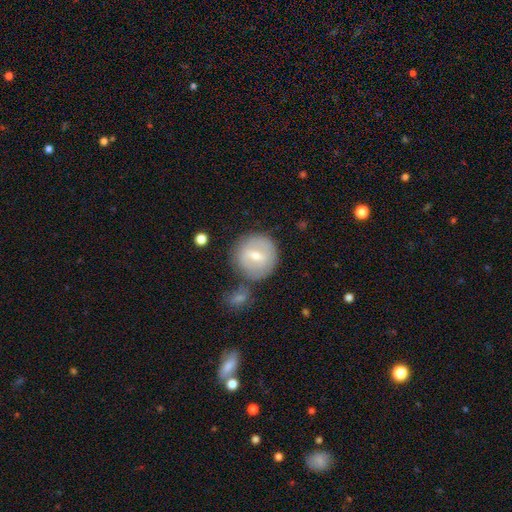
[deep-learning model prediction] Smooth or featured?
  - smooth: 55% *
  - featured or disk: 38%
  - star or artifact: 7%
How rounded?
  - round: 91% *
  - in between: 8%
  - cigar-shaped: 1%
Merging?
  - none: 64% *
  - merger: 16%
  - minor disturbance: 14%
  - major disturbance: 6%